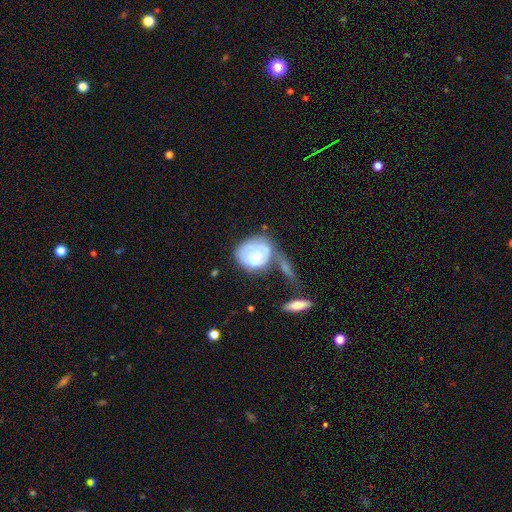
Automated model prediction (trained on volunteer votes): Q: Smooth or featured?
A: smooth (57%); runner-up: featured or disk (36%)
Q: How rounded?
A: round (51%); runner-up: in between (48%)
Q: Merging?
A: none (29%); runner-up: merger (28%)